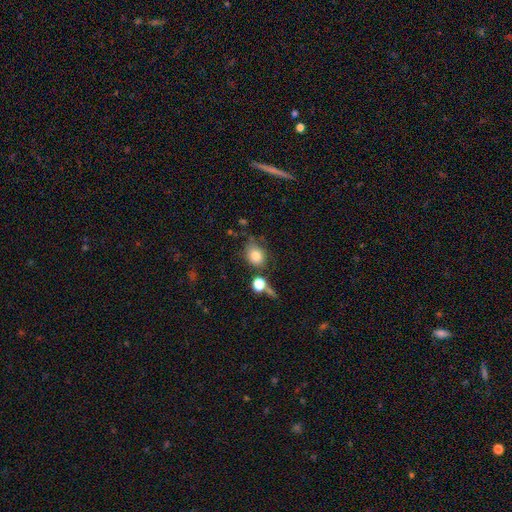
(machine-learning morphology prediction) The model was most divided on "how rounded": round: 51%, in between: 47%, cigar-shaped: 1%. More confident: smooth or featured — smooth (81%); merging — none (60%).